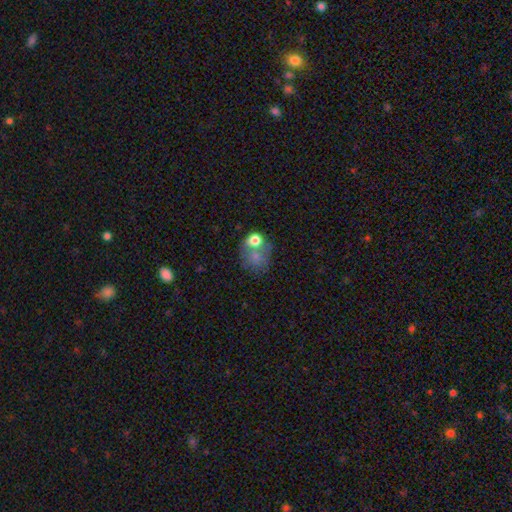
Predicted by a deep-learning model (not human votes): smooth 66%, featured or disk 23%, star or artifact 12%. Down the decision tree: how rounded — round (65%); merging — merger (46%).